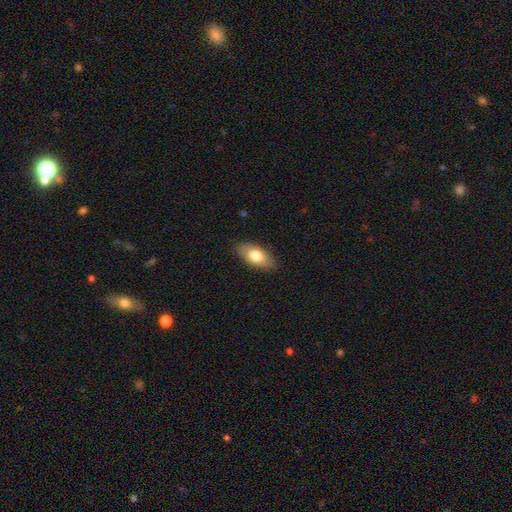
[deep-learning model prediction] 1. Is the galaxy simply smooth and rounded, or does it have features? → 75% smooth, 18% featured or disk, 6% star or artifact.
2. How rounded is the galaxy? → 88% in between, 8% cigar-shaped, 4% round.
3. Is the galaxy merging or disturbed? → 86% none, 11% minor disturbance, 2% major disturbance, 1% merger.